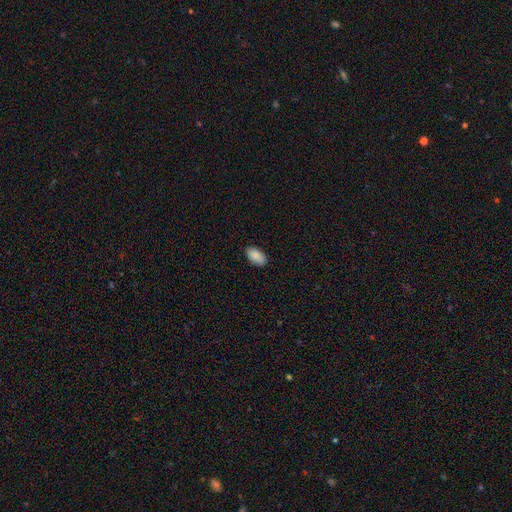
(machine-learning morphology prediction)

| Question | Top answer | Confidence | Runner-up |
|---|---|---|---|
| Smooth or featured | smooth | 90% | star or artifact (6%) |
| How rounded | in between | 95% | round (3%) |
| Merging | none | 88% | minor disturbance (9%) |